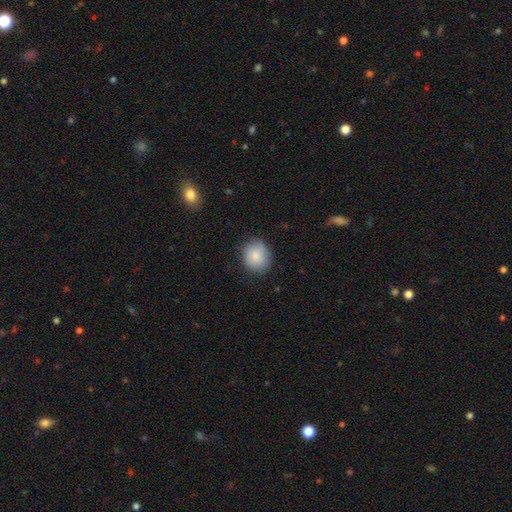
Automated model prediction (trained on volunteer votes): A smooth galaxy with no disk features (85%) that is round (75%).

Vote fractions:
- Smooth or featured? smooth: 85% / featured or disk: 8% / star or artifact: 7%
- How rounded? round: 75% / in between: 24% / cigar-shaped: 1%
- Merging? none: 82% / minor disturbance: 14% / major disturbance: 3% / merger: 1%